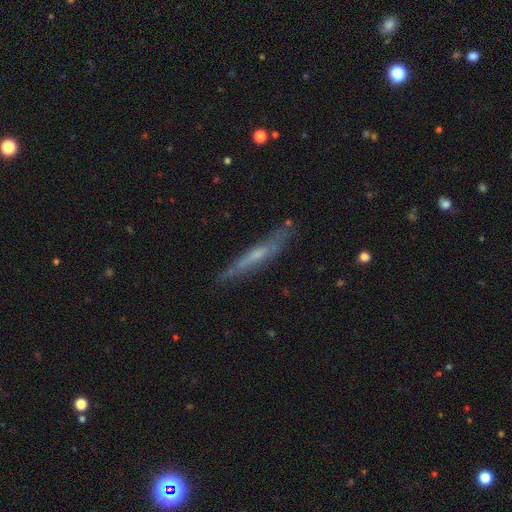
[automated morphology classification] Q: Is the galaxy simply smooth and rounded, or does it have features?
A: featured or disk — 58%.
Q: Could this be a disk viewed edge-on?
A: yes — 86%.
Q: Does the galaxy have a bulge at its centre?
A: none — 50%.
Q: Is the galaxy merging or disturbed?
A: none — 77%.